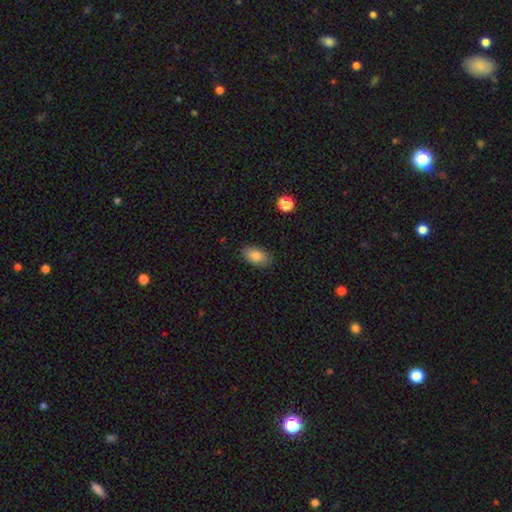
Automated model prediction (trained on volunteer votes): smooth 84%, featured or disk 9%, star or artifact 7%. Down the decision tree: how rounded — in between (92%); merging — none (86%).